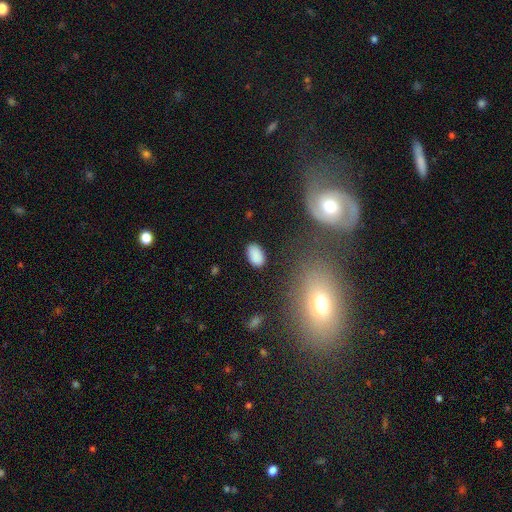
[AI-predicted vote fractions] The model was most divided on "merging": none: 84%, minor disturbance: 12%, major disturbance: 3%, merger: 2%. More confident: how rounded — in between (92%); smooth or featured — smooth (86%).